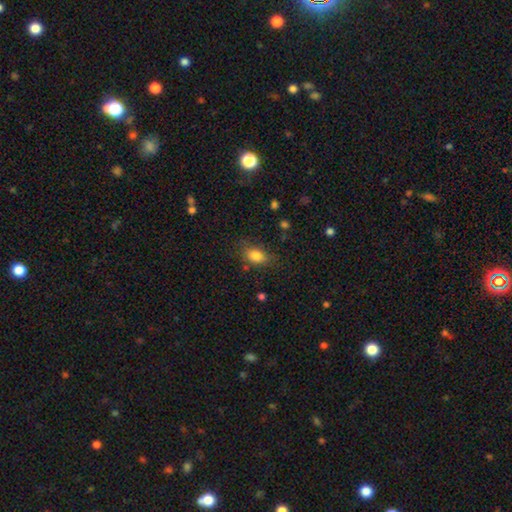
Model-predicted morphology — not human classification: This appears to be a smooth galaxy with no disk features (82%) that is in between round and cigar-shaped (82%). Merging: none (71%).